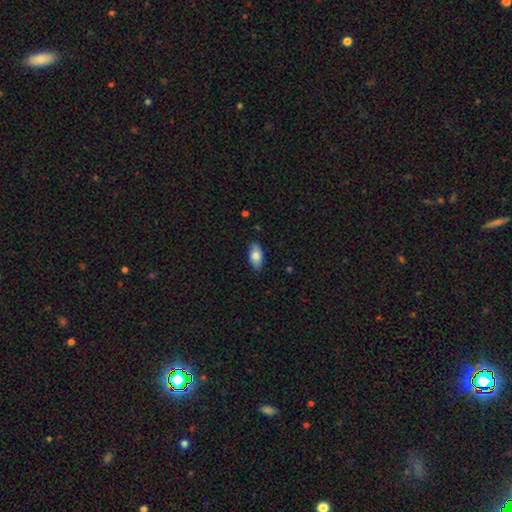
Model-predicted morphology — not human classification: smooth-or-featured: smooth: 80% | featured or disk: 14% | star or artifact: 7%
  how-rounded: in between: 91% | cigar-shaped: 5% | round: 3%
  merging: none: 85% | minor disturbance: 12% | major disturbance: 2% | merger: 1%